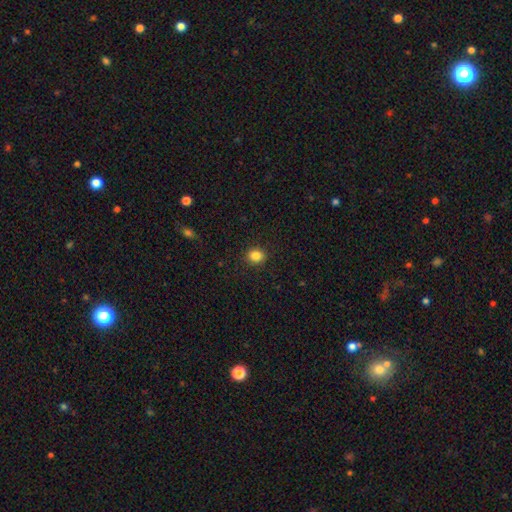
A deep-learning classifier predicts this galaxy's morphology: This is clearly a smooth galaxy (84%). How rounded: likely round (70%). Merging: clearly none (90%).